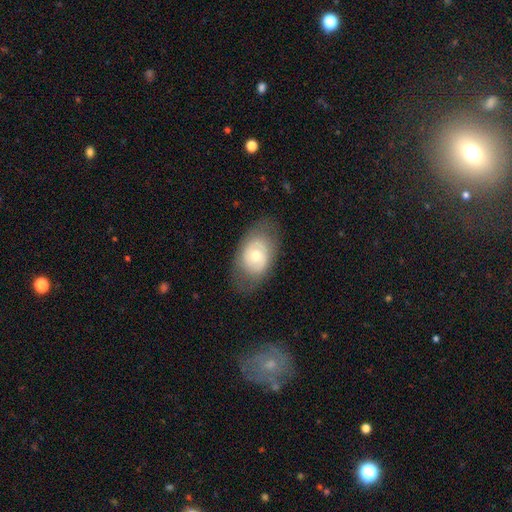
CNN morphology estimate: Smooth or featured?
  - featured or disk: 47% * (tied)
  - smooth: 47% * (tied)
  - star or artifact: 7%
Merging?
  - none: 73% *
  - minor disturbance: 17%
  - major disturbance: 8%
  - merger: 1%